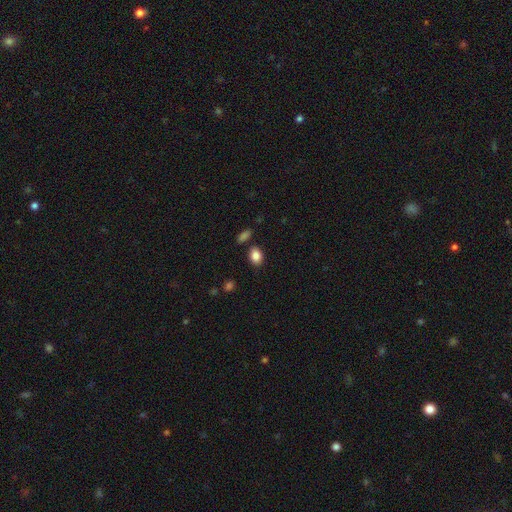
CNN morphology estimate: This appears to be a smooth galaxy with no disk features (86%) that is in between round and cigar-shaped (67%). Merging: none (81%).